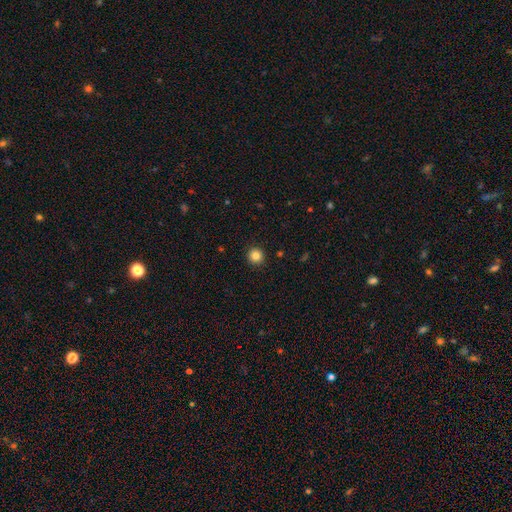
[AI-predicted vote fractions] smooth 85%, star or artifact 11%, featured or disk 4%. Down the decision tree: how rounded — round (95%); merging — none (93%).